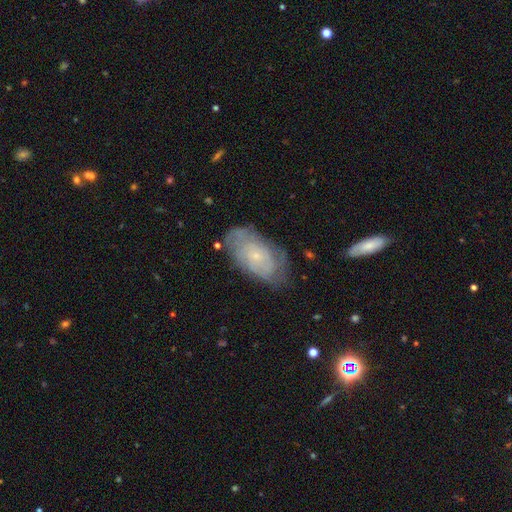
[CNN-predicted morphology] smooth-or-featured: featured or disk: 57% | smooth: 33% | star or artifact: 10%
  disk-edge-on: no: 92% | yes: 8%
    bar: no: 83% | weak: 14% | strong: 3%
    has-spiral-arms: yes: 71% | no: 29%
    bulge-size: small: 78% | moderate: 16% | none: 4% | large: 1% | dominant: 1%
  merging: none: 68% | minor disturbance: 23% | major disturbance: 8% | merger: 2%